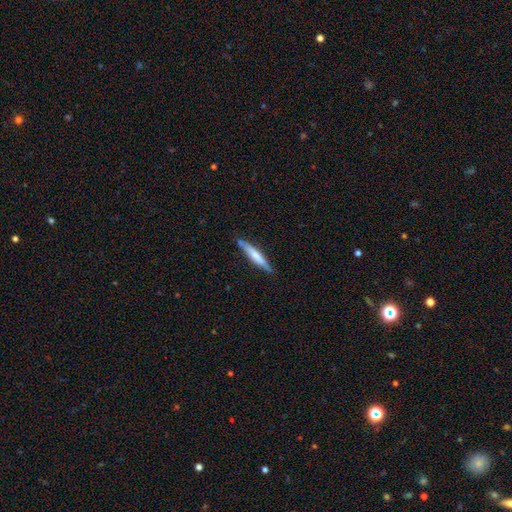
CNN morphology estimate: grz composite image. It shows a smooth galaxy with no disk features (61%) that is cigar-shaped (92%). Merging: none (84%).